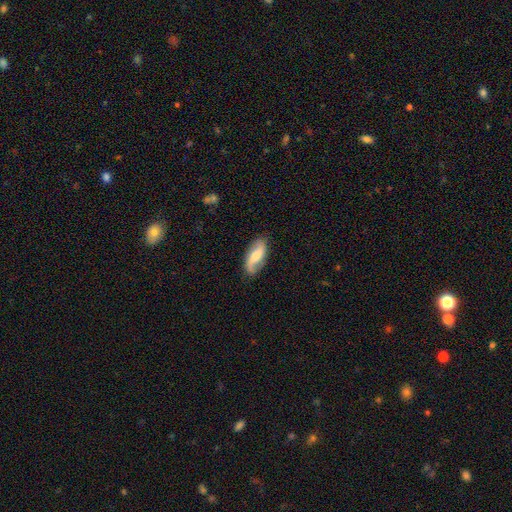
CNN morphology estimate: Smooth or featured?
  - featured or disk: 66% *
  - smooth: 28%
  - star or artifact: 6%
Edge-on disk?
  - no: 92% *
  - yes: 8%
Bar?
  - weak: 42% *
  - no: 37%
  - strong: 21%
Spiral arms?
  - yes: 91% *
  - no: 9%
Spiral winding?
  - loose: 71% *
  - medium: 20%
  - tight: 8%
Spiral arm count?
  - 2: 88% *
  - 1: 5%
  - can't tell: 4%
  - 3: 1%
  - 4: 1%
  - more than 4: 1%
Bulge size?
  - moderate: 57% *
  - small: 30%
  - large: 8%
  - none: 4%
  - dominant: 2%
Merging?
  - none: 83% *
  - minor disturbance: 13%
  - major disturbance: 3%
  - merger: 1%